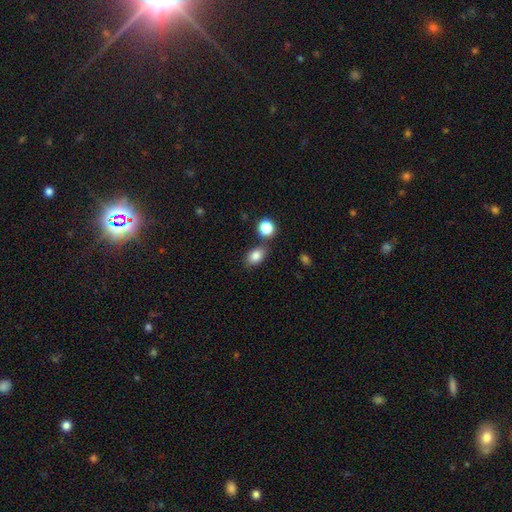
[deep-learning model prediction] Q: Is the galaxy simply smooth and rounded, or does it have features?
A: smooth — 84%.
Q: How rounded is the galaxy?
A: in between — 80%.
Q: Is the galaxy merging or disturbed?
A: none — 77%.